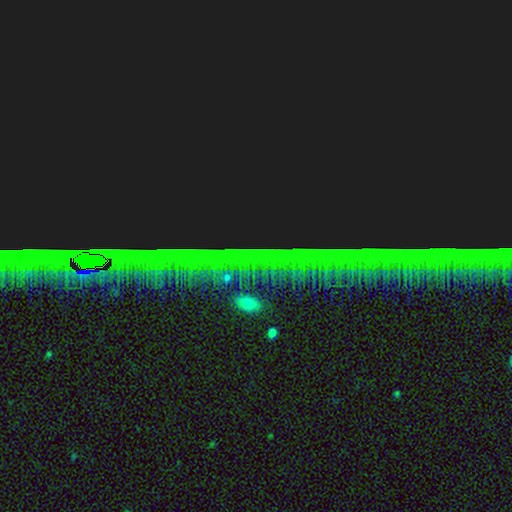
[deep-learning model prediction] Smooth or featured? star or artifact (86%)